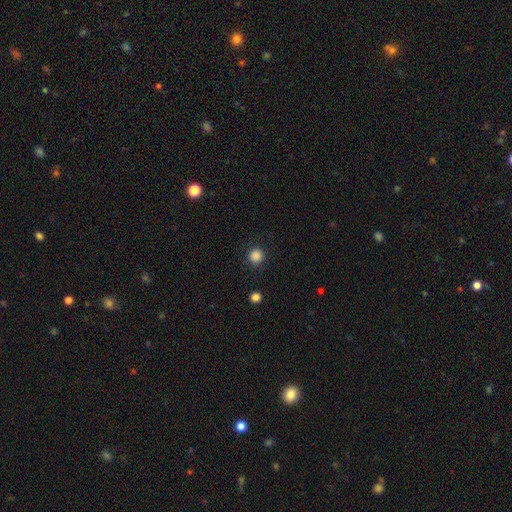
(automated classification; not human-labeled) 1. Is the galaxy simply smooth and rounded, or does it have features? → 86% smooth, 11% star or artifact, 3% featured or disk.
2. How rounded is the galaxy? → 95% round, 4% in between, 1% cigar-shaped.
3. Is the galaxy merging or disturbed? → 91% none, 6% minor disturbance, 2% major disturbance, 1% merger.